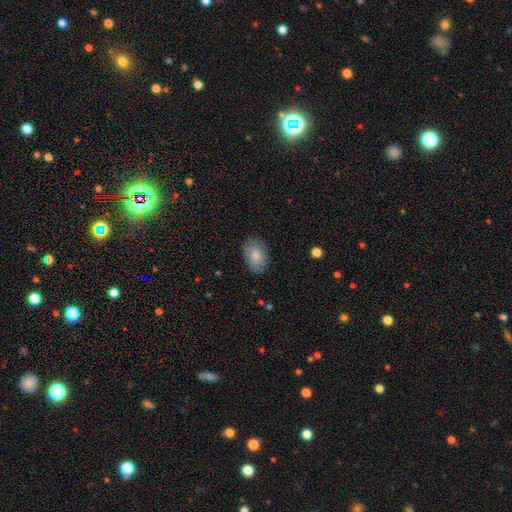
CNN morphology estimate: Smooth or featured: smooth — 81% (featured or disk — 12%)
How rounded: in between — 85% (round — 14%)
Merging: none — 79% (minor disturbance — 17%)